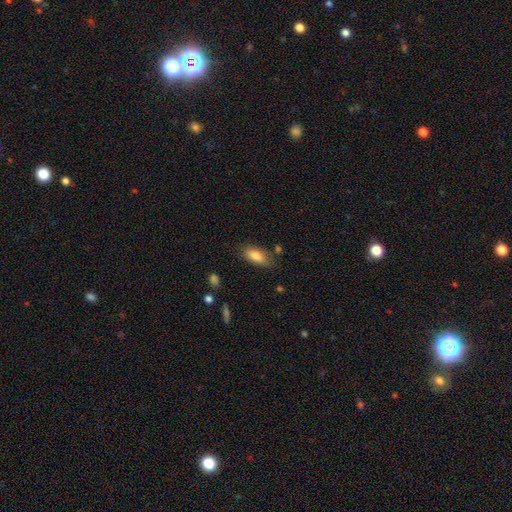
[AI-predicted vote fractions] Smooth or featured? Predicted: smooth (p=0.84). How rounded? Predicted: in between (p=0.84). Merging? Predicted: none (p=0.76).